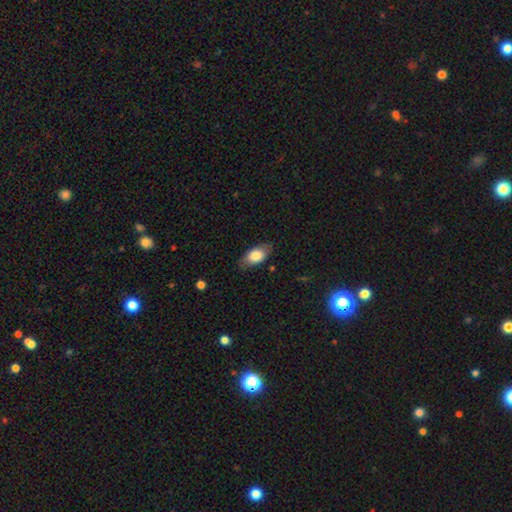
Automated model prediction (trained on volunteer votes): Q: Smooth or featured?
A: smooth (76%); runner-up: featured or disk (17%)
Q: How rounded?
A: in between (90%); runner-up: round (5%)
Q: Merging?
A: none (79%); runner-up: minor disturbance (16%)